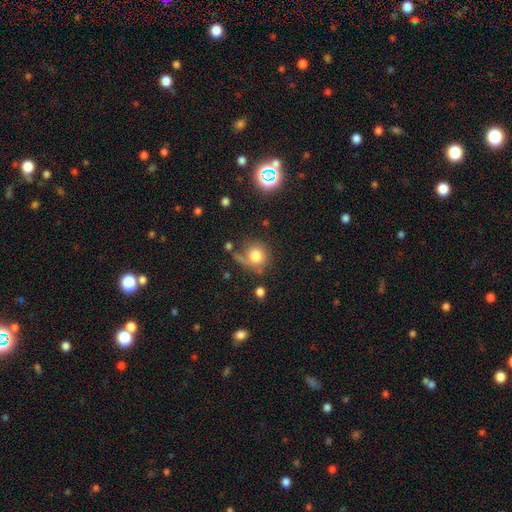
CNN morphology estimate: Smooth or featured?
  - smooth: 73% *
  - featured or disk: 15%
  - star or artifact: 11%
How rounded?
  - round: 81% *
  - in between: 18%
  - cigar-shaped: 1%
Merging?
  - none: 51% *
  - minor disturbance: 21%
  - major disturbance: 18%
  - merger: 10%